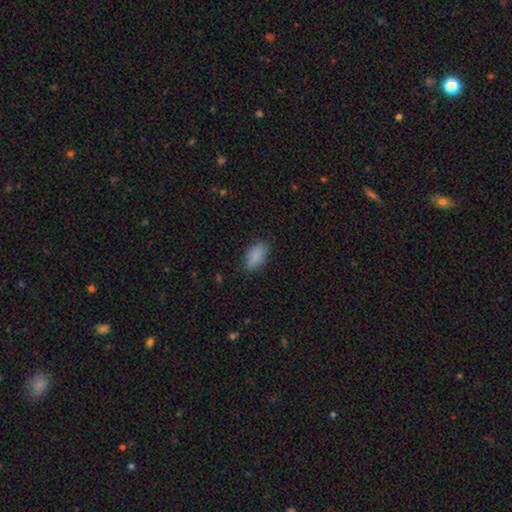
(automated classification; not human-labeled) The model was most divided on "merging": none: 83%, minor disturbance: 13%, major disturbance: 3%, merger: 1%. More confident: how rounded — in between (93%); smooth or featured — smooth (87%).